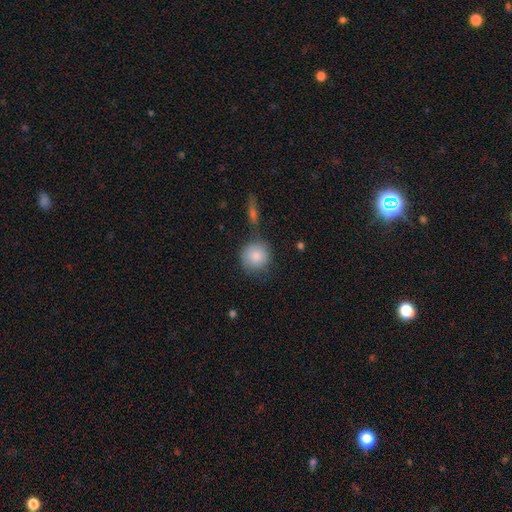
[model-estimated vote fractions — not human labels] smooth_or_featured: smooth (p=0.85) [alt: featured or disk p=0.08]
how_rounded: round (p=0.91) [alt: in between p=0.08]
merging: none (p=0.71) [alt: minor disturbance p=0.16]